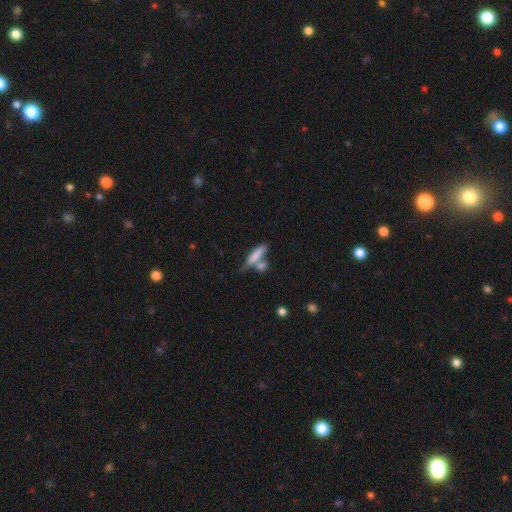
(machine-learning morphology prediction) Smooth or featured? smooth (76%)
How rounded? cigar-shaped (61%)
Merging? none (43%)